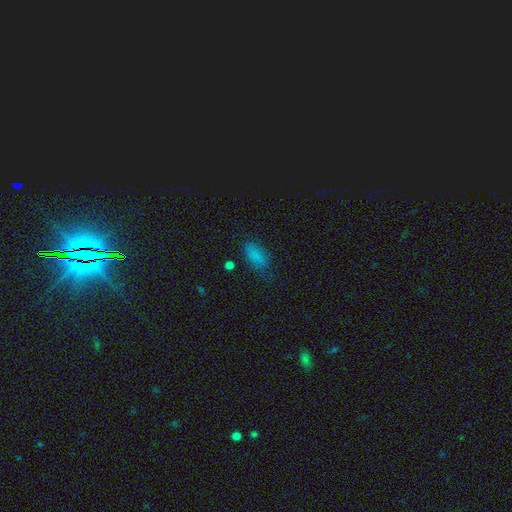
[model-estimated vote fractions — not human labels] smooth 80%, star or artifact 13%, featured or disk 7%. Down the decision tree: how rounded — in between (87%); merging — none (68%).